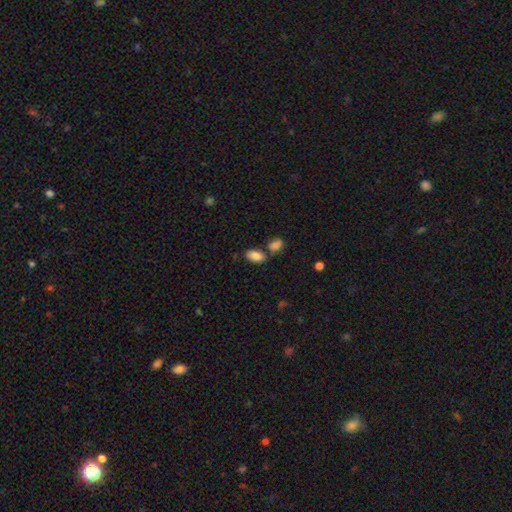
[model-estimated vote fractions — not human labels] A smooth galaxy with no disk features (85%) that is in between round and cigar-shaped (93%). Merging: none (65%).